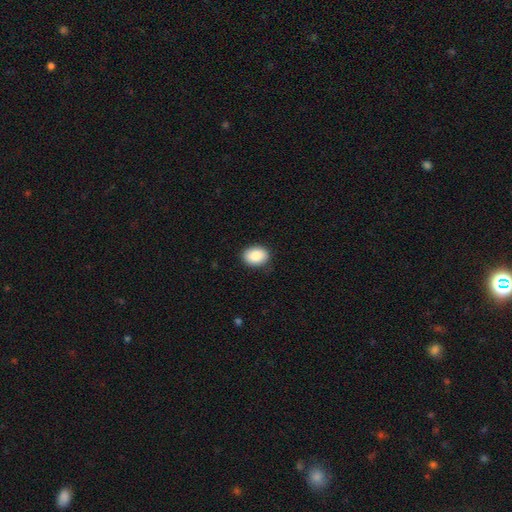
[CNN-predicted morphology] Smooth or featured? smooth (88%)
How rounded? in between (71%)
Merging? none (87%)